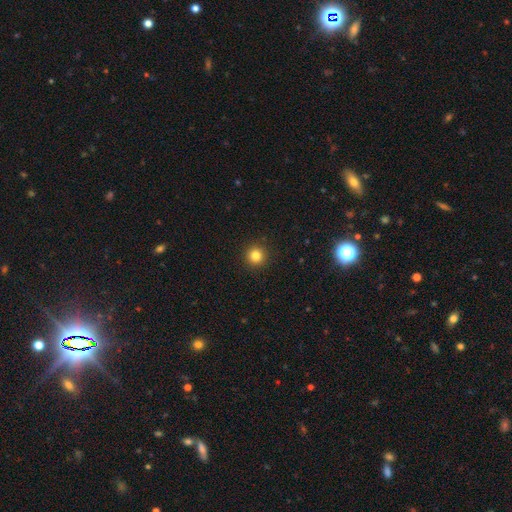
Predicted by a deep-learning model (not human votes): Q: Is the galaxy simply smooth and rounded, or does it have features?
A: smooth — 83%.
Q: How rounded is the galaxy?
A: round — 95%.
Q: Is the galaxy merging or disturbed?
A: none — 93%.